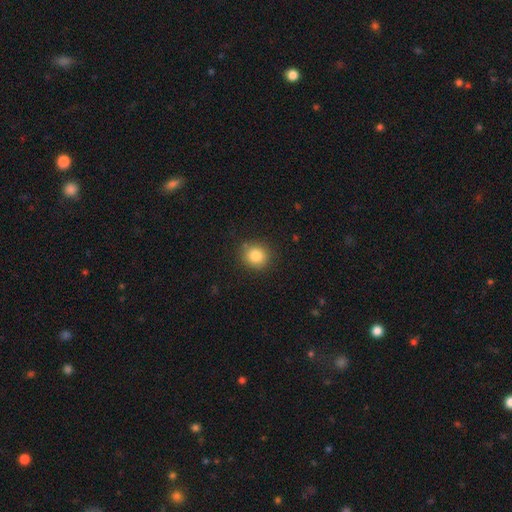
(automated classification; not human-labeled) smooth-or-featured: smooth: 83% | star or artifact: 10% | featured or disk: 7%
  how-rounded: round: 86% | in between: 13% | cigar-shaped: 1%
  merging: none: 86% | minor disturbance: 10% | major disturbance: 2% | merger: 2%